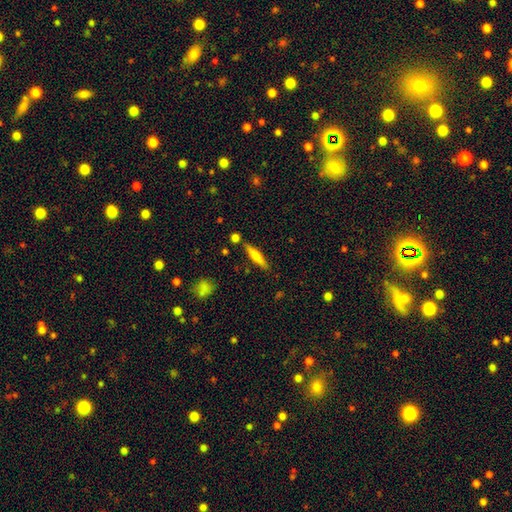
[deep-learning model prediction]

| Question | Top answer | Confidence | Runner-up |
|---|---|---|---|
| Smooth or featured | smooth | 54% | featured or disk (40%) |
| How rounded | cigar-shaped | 85% | in between (13%) |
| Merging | none | 83% | minor disturbance (10%) |